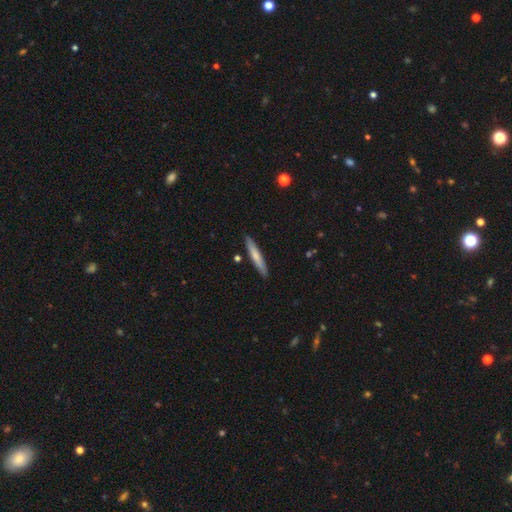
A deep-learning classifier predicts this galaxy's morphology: smooth 69%, featured or disk 26%, star or artifact 5%. Down the decision tree: how rounded — cigar-shaped (94%); merging — none (89%).